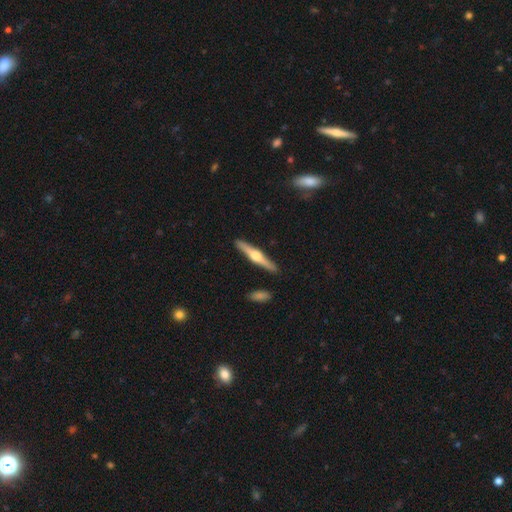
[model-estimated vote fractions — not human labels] Q: Smooth or featured?
A: featured or disk (70%); runner-up: smooth (25%)
Q: Edge-on disk?
A: yes (98%); runner-up: no (2%)
Q: Edge-on bulge?
A: rounded (95%); runner-up: boxy (2%)
Q: Merging?
A: none (91%); runner-up: minor disturbance (6%)